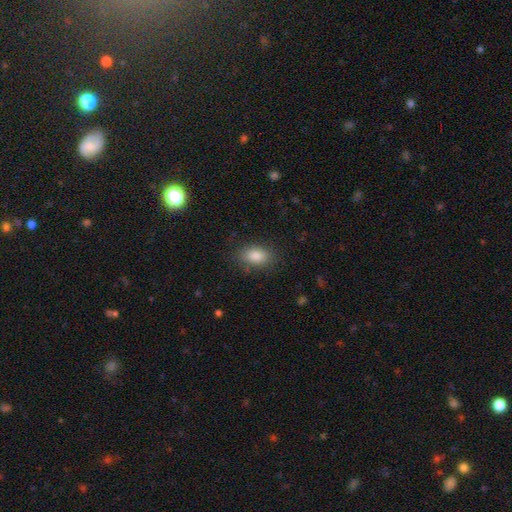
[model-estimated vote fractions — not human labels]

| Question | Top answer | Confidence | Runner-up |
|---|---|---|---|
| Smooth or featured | smooth | 85% | star or artifact (9%) |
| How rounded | in between | 88% | round (9%) |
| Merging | none | 83% | minor disturbance (12%) |